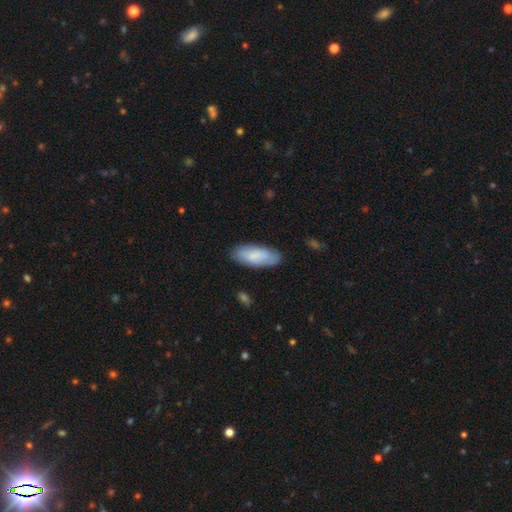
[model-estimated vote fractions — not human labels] The model was most divided on "how rounded": in between: 80%, cigar-shaped: 18%, round: 2%. More confident: merging — none (82%); smooth or featured — smooth (79%).